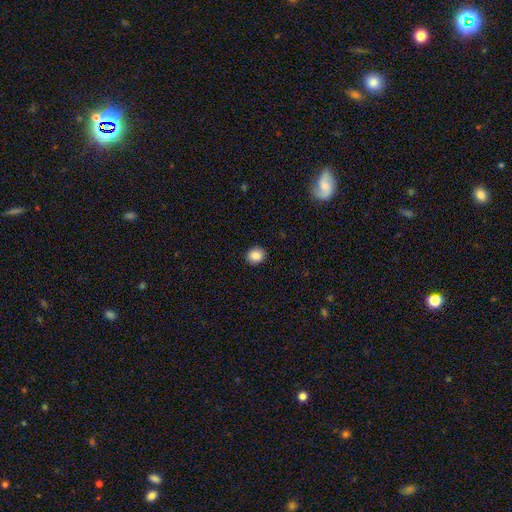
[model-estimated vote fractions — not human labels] The model was most divided on "how rounded": round: 68%, in between: 31%, cigar-shaped: 1%. More confident: merging — none (90%); smooth or featured — smooth (87%).